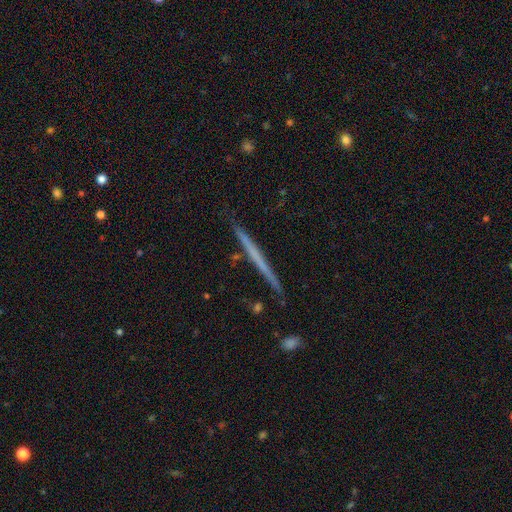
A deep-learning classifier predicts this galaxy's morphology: A featured or disk galaxy (57%) viewed edge-on (98%) with no central bulge (92%).

Vote fractions:
- Smooth or featured? featured or disk: 57% / smooth: 37% / star or artifact: 6%
- Edge-on disk? yes: 98% / no: 2%
- Edge-on bulge? none: 92% / rounded: 6% / boxy: 3%
- Merging? none: 90% / minor disturbance: 7% / merger: 2% / major disturbance: 1%